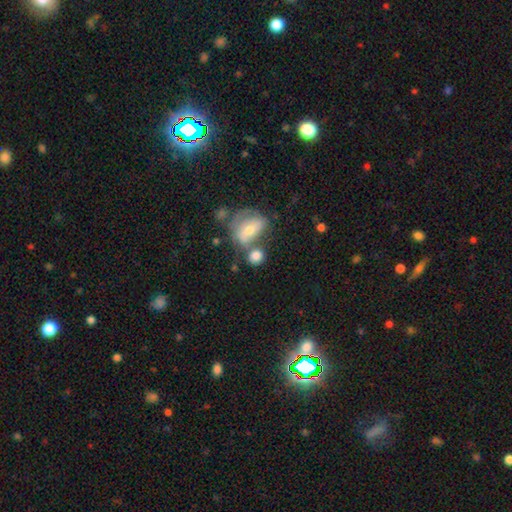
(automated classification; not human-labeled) Smooth or featured: smooth — 75% (featured or disk — 17%)
How rounded: round — 71% (in between — 27%)
Merging: none — 42% (merger — 34%)